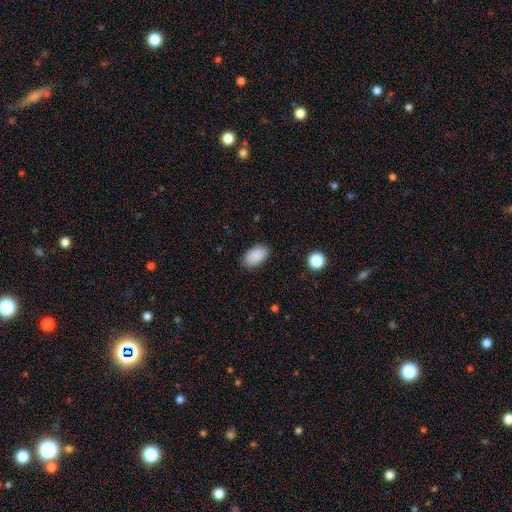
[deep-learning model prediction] Smooth or featured? smooth (89%)
How rounded? in between (93%)
Merging? none (86%)